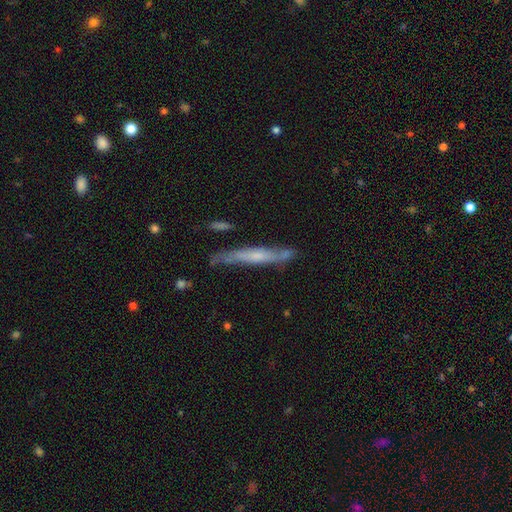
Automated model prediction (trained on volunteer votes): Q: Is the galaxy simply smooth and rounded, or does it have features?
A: featured or disk — 57%.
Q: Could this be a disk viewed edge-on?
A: yes — 78%.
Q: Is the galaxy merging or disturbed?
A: none — 66%.